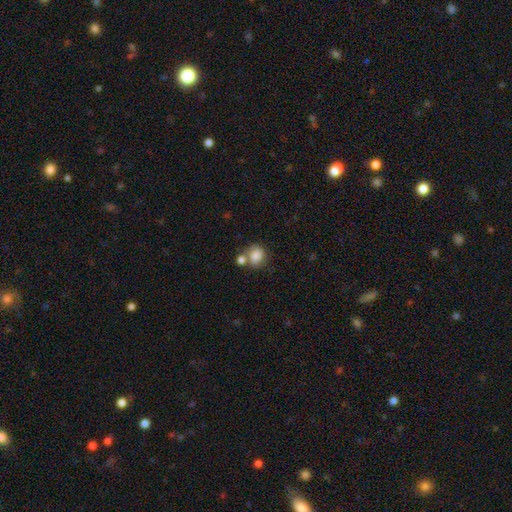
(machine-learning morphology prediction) A smooth galaxy with no disk features (81%) that is round (72%). Merging: none (51%).